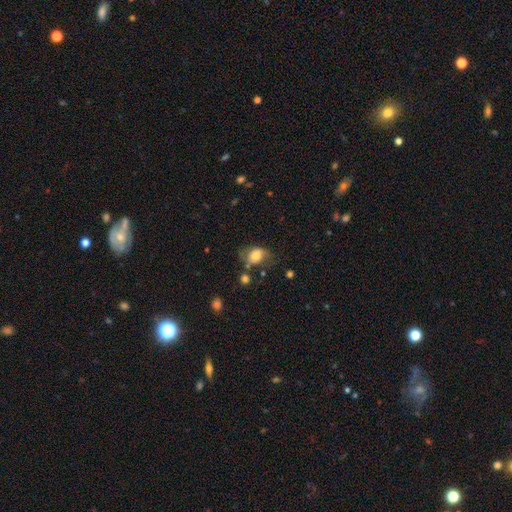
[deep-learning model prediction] Smooth or featured? Predicted: smooth (p=0.62). How rounded? Predicted: in between (p=0.64). Merging? Predicted: none (p=0.52).